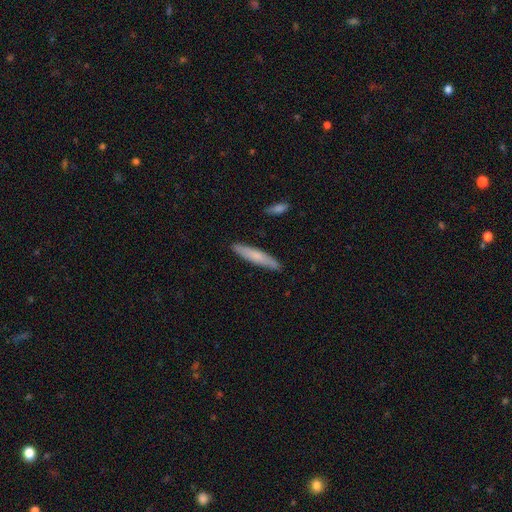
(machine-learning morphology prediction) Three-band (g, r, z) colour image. It shows a smooth galaxy with no disk features (71%) that is cigar-shaped (91%). Merging: none (88%).